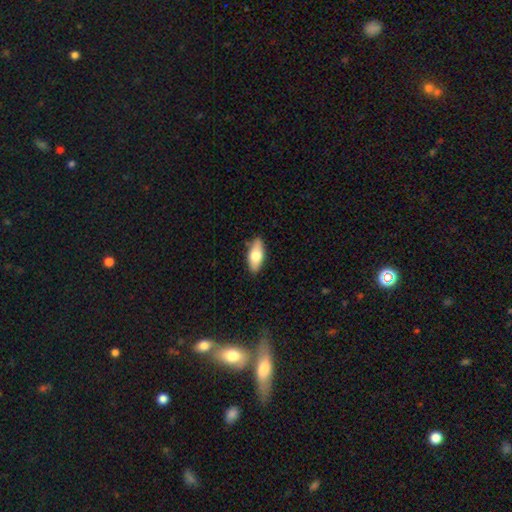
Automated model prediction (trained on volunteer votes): Overall: smooth (69%). How rounded: in between (82%). Merging: none (85%).